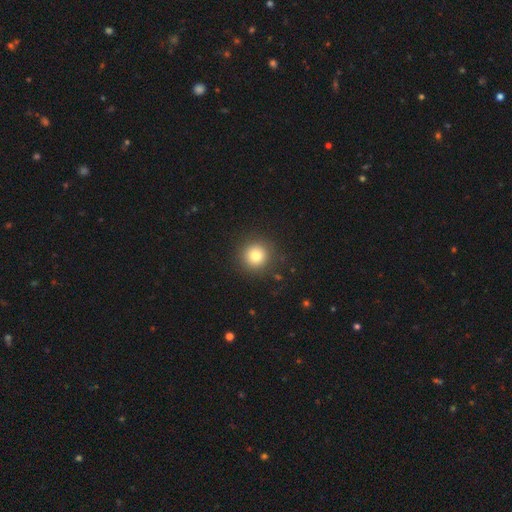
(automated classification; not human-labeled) smooth-or-featured: smooth: 79% | star or artifact: 12% | featured or disk: 9%
  how-rounded: round: 95% | in between: 4% | cigar-shaped: 1%
  merging: none: 90% | minor disturbance: 6% | major disturbance: 3% | merger: 1%